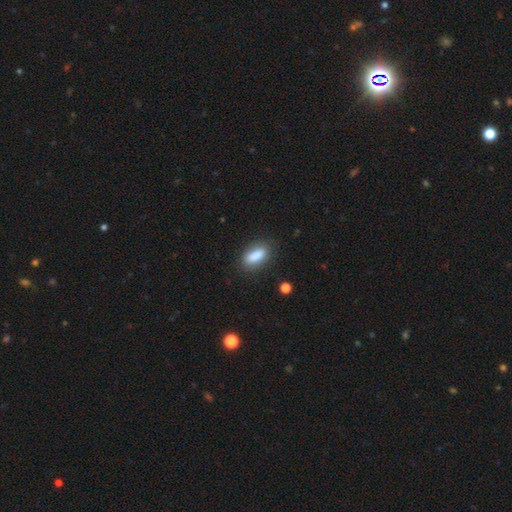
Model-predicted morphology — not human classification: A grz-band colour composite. It shows a smooth galaxy with no disk features (86%) that is in between round and cigar-shaped (80%). Merging: none (81%).